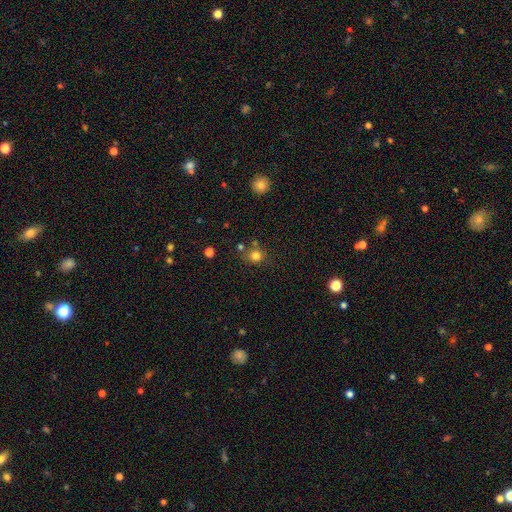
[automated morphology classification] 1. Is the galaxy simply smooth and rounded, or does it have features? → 79% smooth, 14% star or artifact, 7% featured or disk.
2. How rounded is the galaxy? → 83% round, 16% in between, 1% cigar-shaped.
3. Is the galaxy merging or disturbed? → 72% none, 12% merger, 12% minor disturbance, 4% major disturbance.